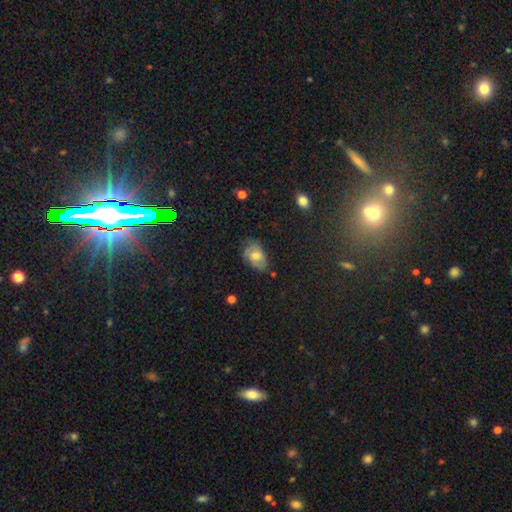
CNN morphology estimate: The model was most divided on "smooth or featured": smooth: 50%, featured or disk: 38%, star or artifact: 12%. More confident: how rounded — in between (88%); merging — none (65%).